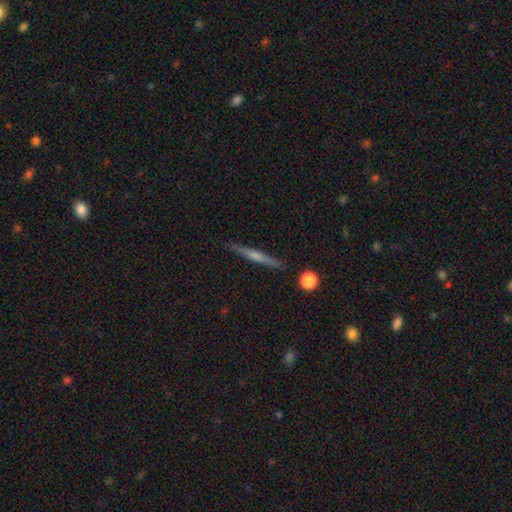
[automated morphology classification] The model was most divided on "smooth or featured": featured or disk: 74%, smooth: 18%, star or artifact: 9%. More confident: edge-on disk — yes (98%); merging — none (89%); edge-on bulge — rounded (82%).